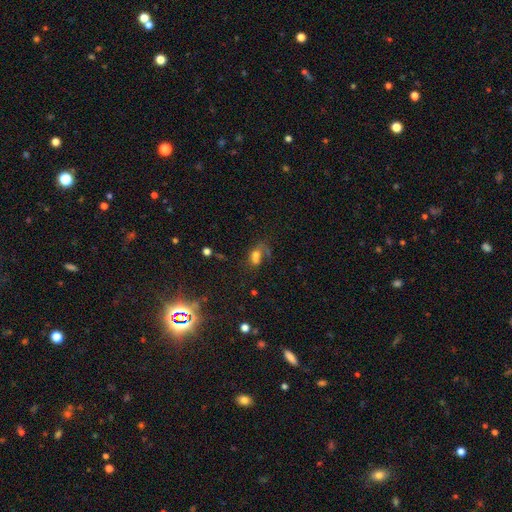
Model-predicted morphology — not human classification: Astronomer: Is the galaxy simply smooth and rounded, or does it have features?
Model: smooth — 56%.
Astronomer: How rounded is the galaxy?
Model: in between — 71%.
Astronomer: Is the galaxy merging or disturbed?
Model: merger — 32% (runner-up: none, 27%).